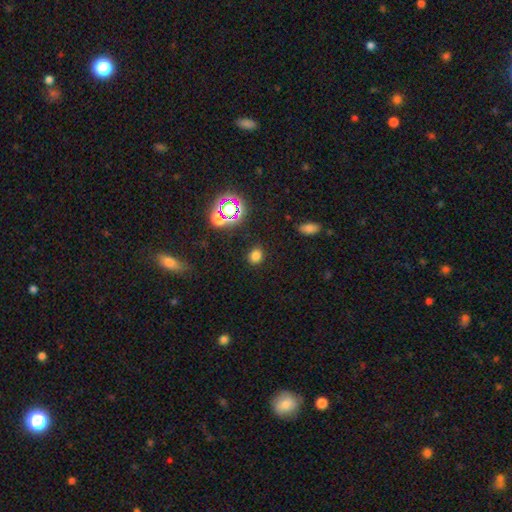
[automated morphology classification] smooth-or-featured: smooth: 75% | star or artifact: 20% | featured or disk: 5%
  how-rounded: round: 67% | in between: 32% | cigar-shaped: 1%
  merging: none: 87% | minor disturbance: 8% | major disturbance: 3% | merger: 2%